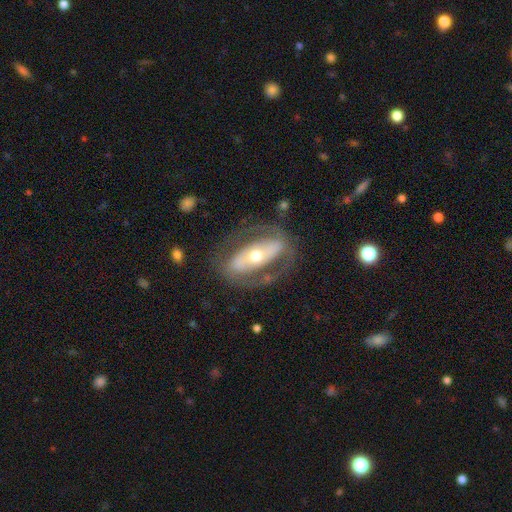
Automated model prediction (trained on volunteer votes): smooth-or-featured: featured or disk: 74% | smooth: 21% | star or artifact: 5%
  disk-edge-on: no: 87% | yes: 13%
    bar: strong: 48% | no: 35% | weak: 17%
    has-spiral-arms: yes: 52% | no: 48%
    bulge-size: moderate: 60% | small: 30% | large: 7% | dominant: 2% | none: 1%
  merging: none: 70% | minor disturbance: 14% | major disturbance: 14% | merger: 2%